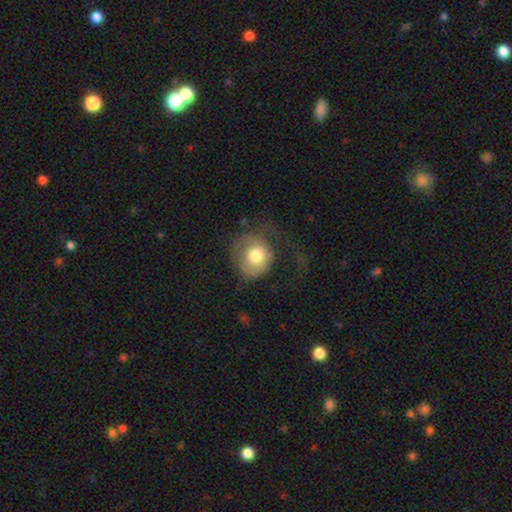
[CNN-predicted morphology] Overall: smooth (69%). How rounded: round (83%). Merging: major disturbance (41%; none 35%).